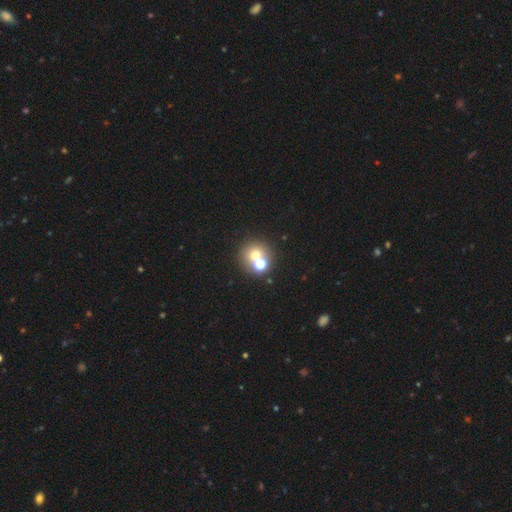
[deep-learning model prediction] Q: Smooth or featured?
A: smooth (64%); runner-up: star or artifact (19%)
Q: How rounded?
A: round (88%); runner-up: in between (11%)
Q: Merging?
A: none (52%); runner-up: merger (38%)